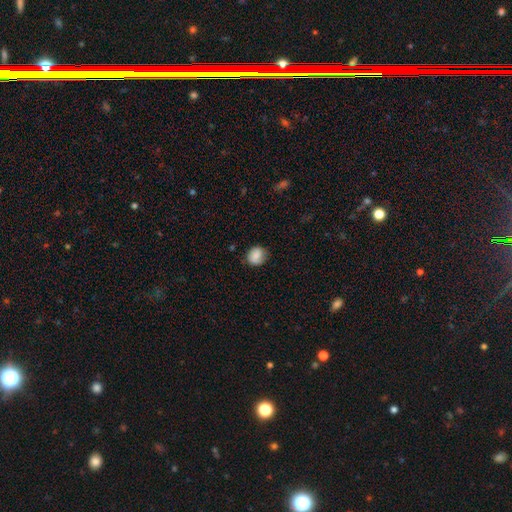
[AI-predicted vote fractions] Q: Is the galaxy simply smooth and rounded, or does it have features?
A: smooth — 83%.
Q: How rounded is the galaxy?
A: round — 76%.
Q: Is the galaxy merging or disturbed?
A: none — 73%.